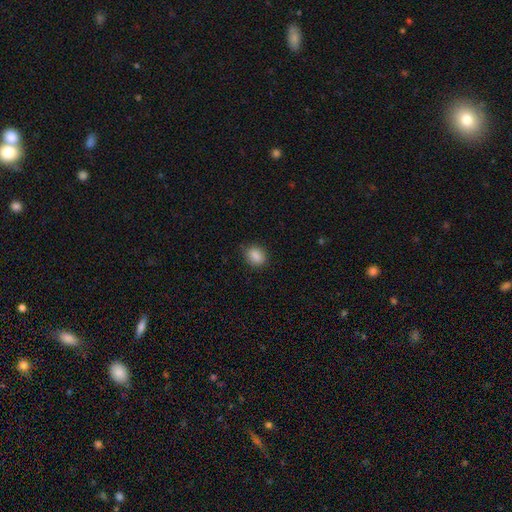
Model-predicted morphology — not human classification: Smooth or featured: smooth — 88% (star or artifact — 8%)
How rounded: in between — 52% (round — 47%)
Merging: none — 85% (minor disturbance — 12%)